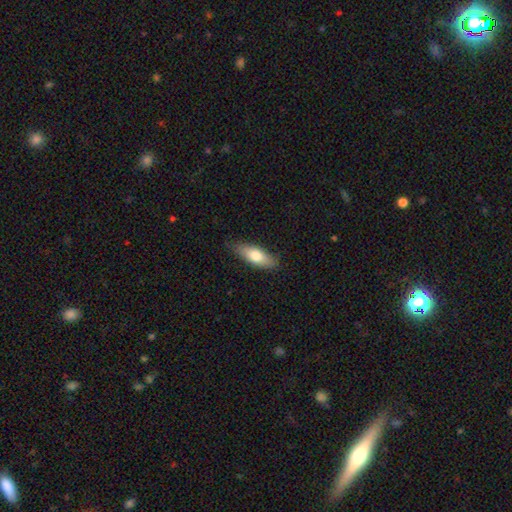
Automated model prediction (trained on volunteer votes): Morphology: type=smooth (72%); roundness=in between (65%); merging=none (82%).